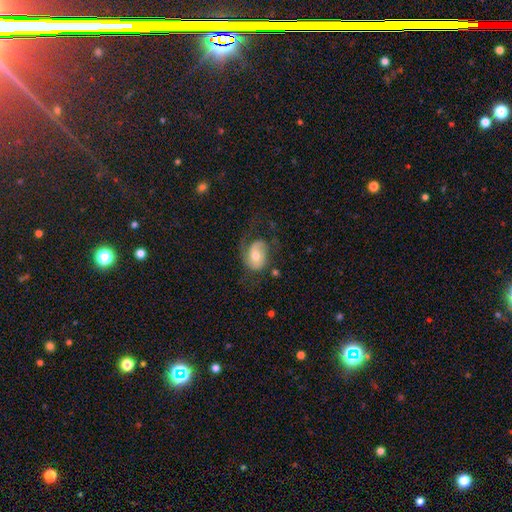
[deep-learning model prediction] Smooth or featured: featured or disk — 49% (smooth — 43%)
Merging: none — 41% (major disturbance — 33%)